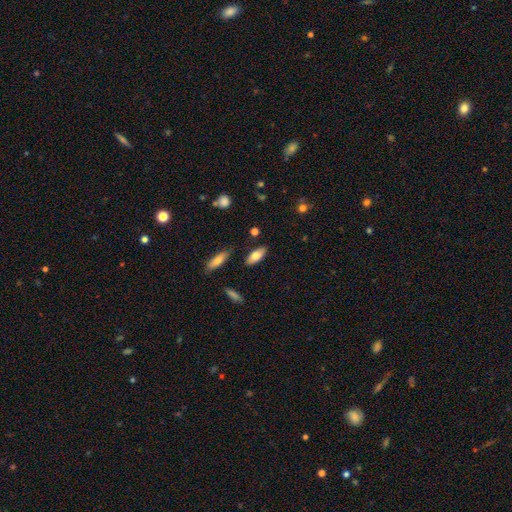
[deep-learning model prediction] This is likely a smooth galaxy (78%). How rounded: clearly in between (85%). Merging: clearly none (82%).